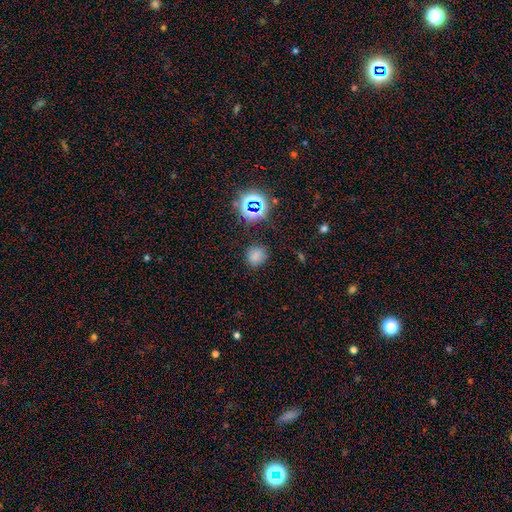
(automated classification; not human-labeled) A smooth galaxy with no disk features (71%) that is round (78%). Merging: none (83%).